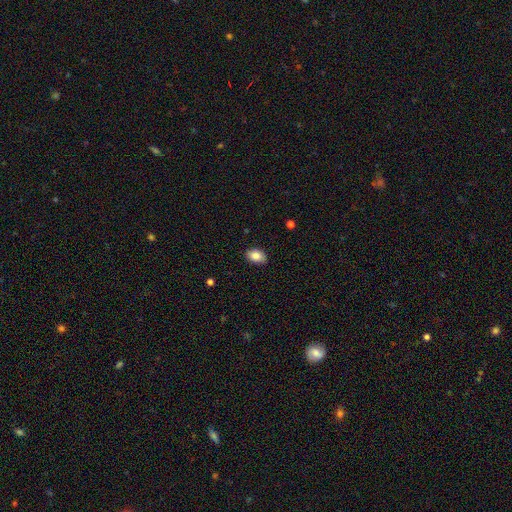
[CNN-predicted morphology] This is clearly a smooth galaxy (87%). How rounded: clearly in between (86%). Merging: clearly none (87%).